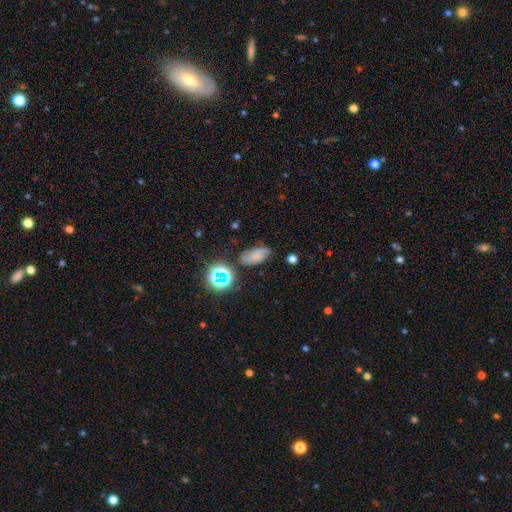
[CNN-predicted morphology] The model was most divided on "smooth or featured": smooth: 48%, featured or disk: 33%, star or artifact: 19%. More confident: merging — none (64%).